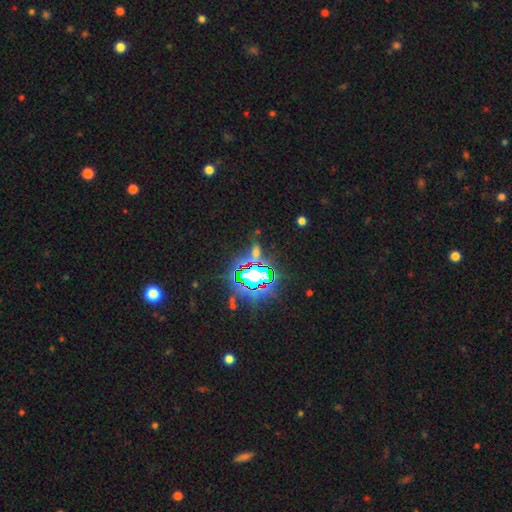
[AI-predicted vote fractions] Overall: star or artifact (79%).